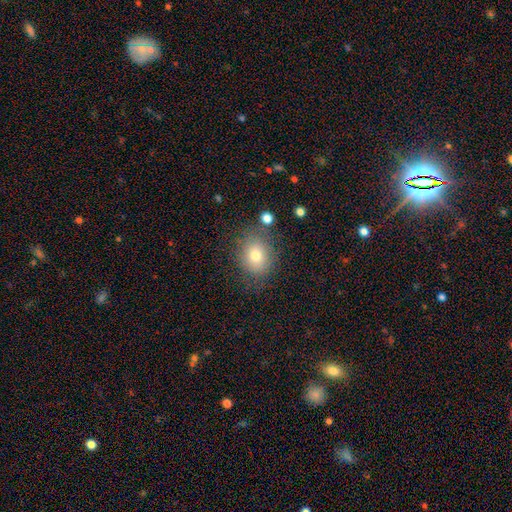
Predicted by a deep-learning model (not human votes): Smooth or featured? Predicted: smooth (p=0.75). How rounded? Predicted: round (p=0.62). Merging? Predicted: none (p=0.76).